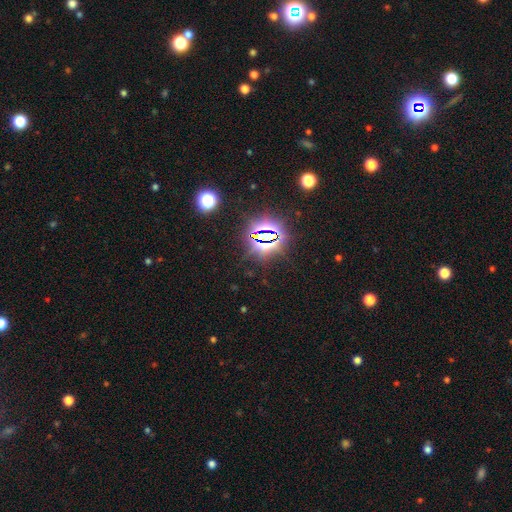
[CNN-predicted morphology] Overall: star or artifact (81%).